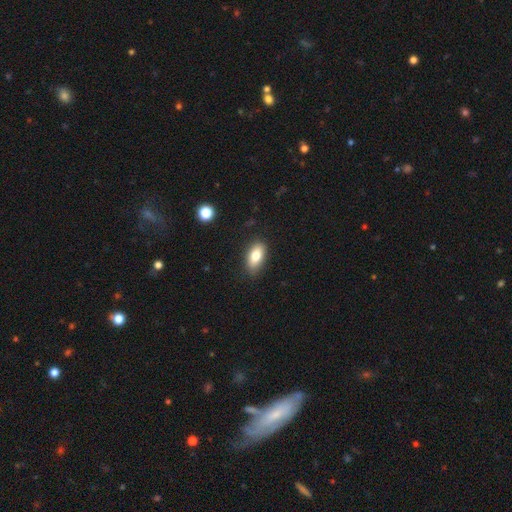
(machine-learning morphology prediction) A smooth galaxy with no disk features (79%) that is in between round and cigar-shaped (88%). Merging: none (85%).